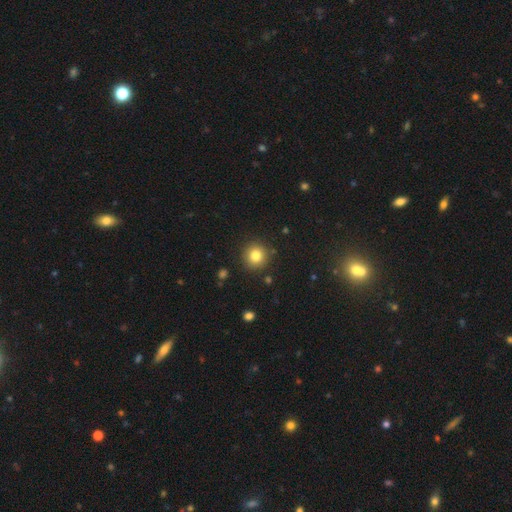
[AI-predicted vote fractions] Smooth or featured? Predicted: smooth (p=0.81). How rounded? Predicted: round (p=0.93). Merging? Predicted: none (p=0.89).